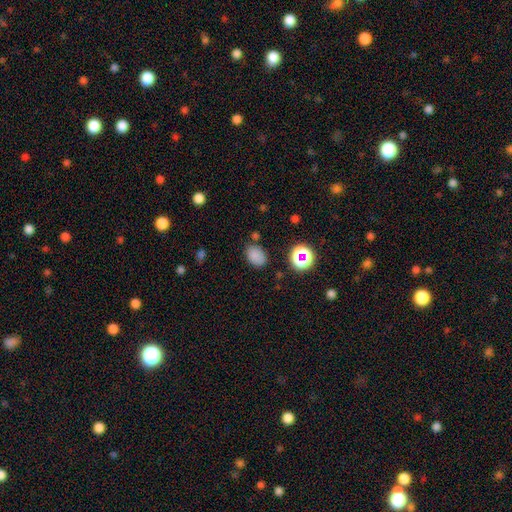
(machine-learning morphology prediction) Overall: smooth (79%). How rounded: in between (73%). Merging: none (77%).